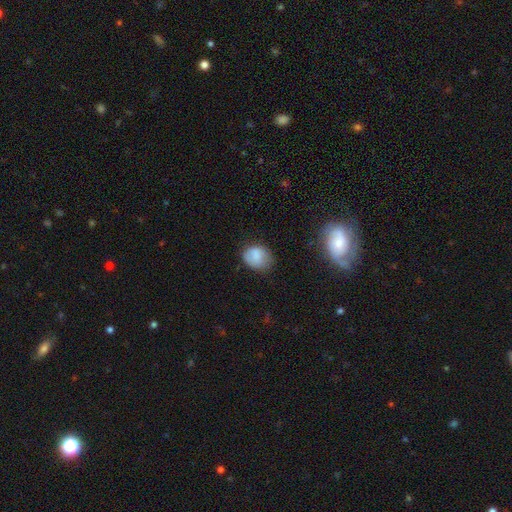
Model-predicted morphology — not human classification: A smooth galaxy with no disk features (83%) that is round (51%). Merging: none (63%).